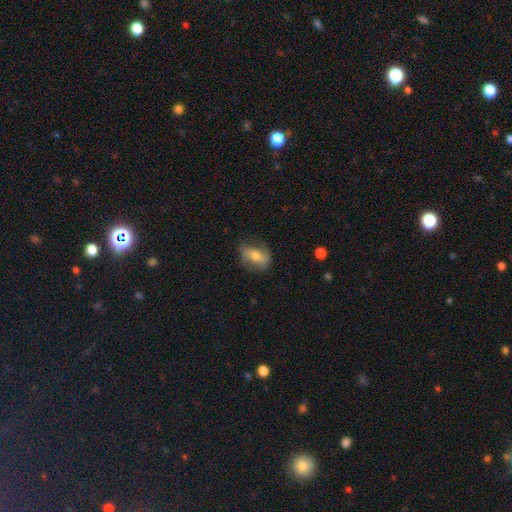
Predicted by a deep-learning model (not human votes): smooth_or_featured: smooth (p=0.46) [tied with: featured or disk p=0.46]
merging: none (p=0.67) [alt: minor disturbance p=0.23]